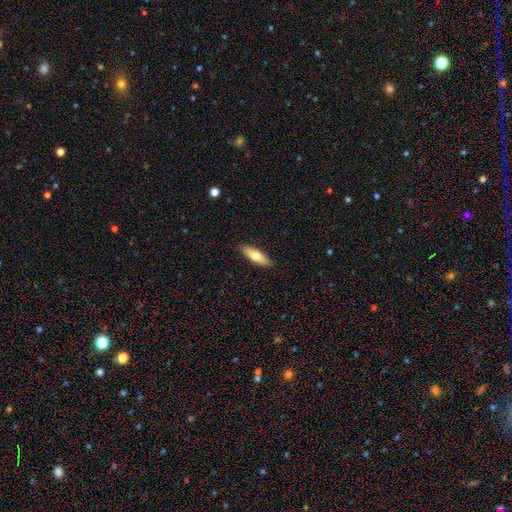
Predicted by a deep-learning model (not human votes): smooth 69%, featured or disk 25%, star or artifact 6%. Down the decision tree: how rounded — in between (50%); merging — none (90%).